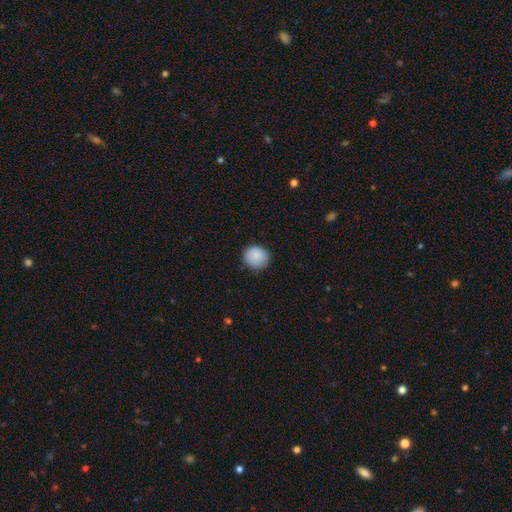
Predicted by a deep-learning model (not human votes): Overall: smooth (89%). How rounded: round (83%). Merging: none (86%).